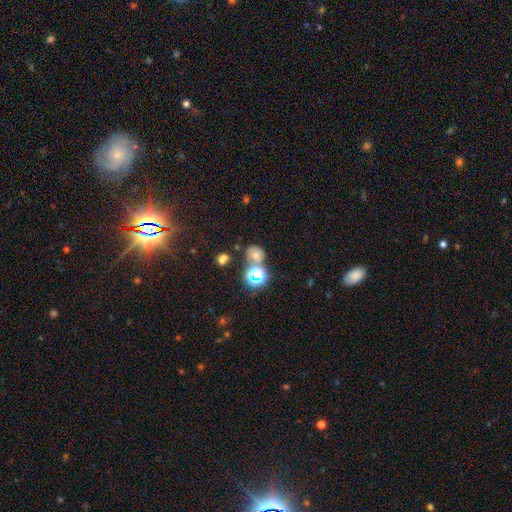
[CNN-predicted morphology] smooth-or-featured: smooth: 60% | star or artifact: 28% | featured or disk: 11%
  how-rounded: round: 72% | in between: 27% | cigar-shaped: 1%
  merging: none: 58% | merger: 26% | minor disturbance: 11% | major disturbance: 5%